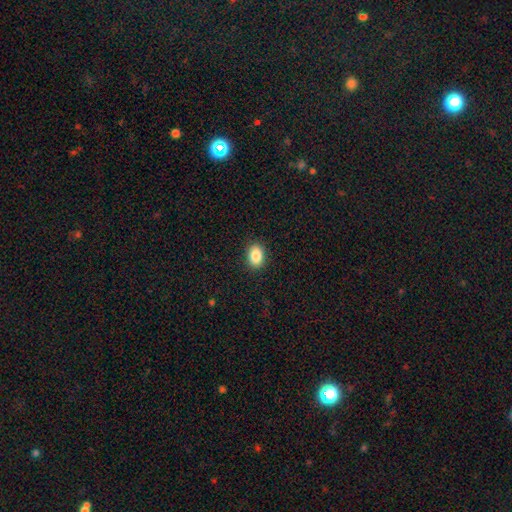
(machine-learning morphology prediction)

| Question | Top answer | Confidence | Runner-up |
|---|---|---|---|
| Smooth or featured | smooth | 86% | star or artifact (9%) |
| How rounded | in between | 76% | round (23%) |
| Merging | none | 90% | minor disturbance (8%) |